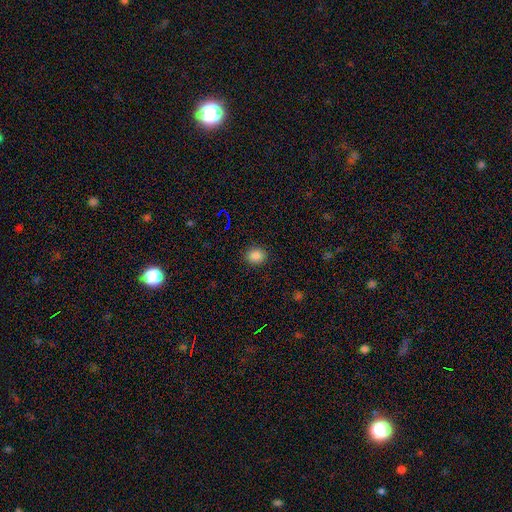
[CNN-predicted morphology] This is clearly a smooth galaxy (84%). How rounded: likely round (63%). Merging: clearly none (89%).